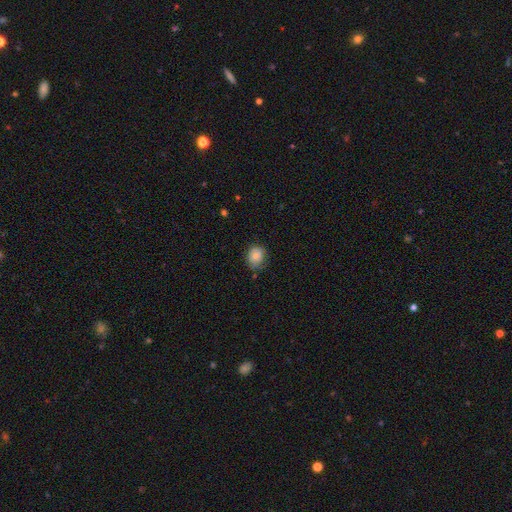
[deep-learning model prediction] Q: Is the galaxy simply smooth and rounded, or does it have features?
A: smooth — 81%.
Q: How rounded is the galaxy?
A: round — 56%.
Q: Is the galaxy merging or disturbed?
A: none — 67%.